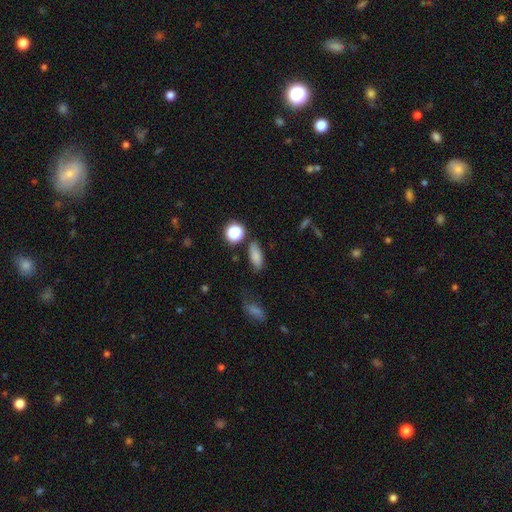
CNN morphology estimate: A smooth galaxy with no disk features (80%) that is in between round and cigar-shaped (76%).

Vote fractions:
- Smooth or featured? smooth: 80% / star or artifact: 12% / featured or disk: 8%
- How rounded? in between: 76% / cigar-shaped: 16% / round: 8%
- Merging? none: 74% / minor disturbance: 17% / major disturbance: 5% / merger: 5%